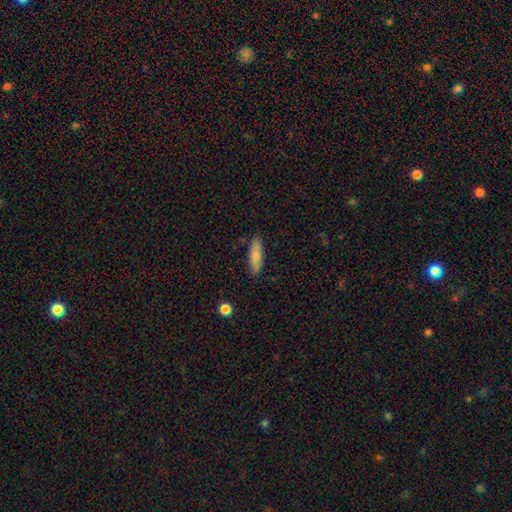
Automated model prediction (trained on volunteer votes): Smooth or featured? Predicted: smooth (p=0.81). How rounded? Predicted: cigar-shaped (p=0.64). Merging? Predicted: none (p=0.87).